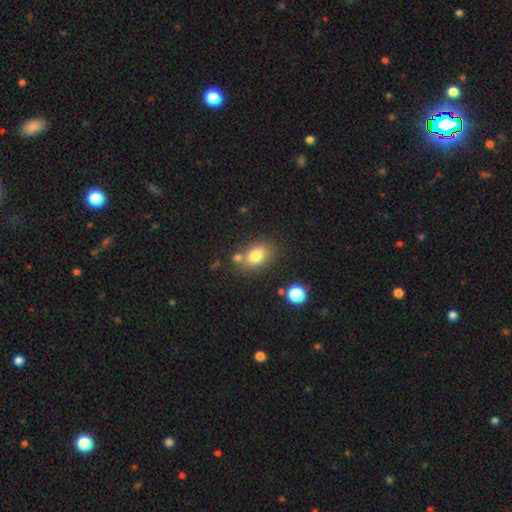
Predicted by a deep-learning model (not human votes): Overall: smooth (78%). How rounded: in between (73%). Merging: none (65%).